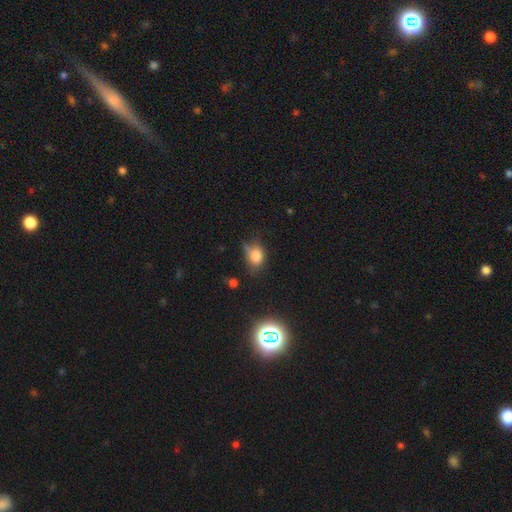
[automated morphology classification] This is likely a smooth galaxy (73%). How rounded: likely in between (66%). Merging: possibly none (45%).